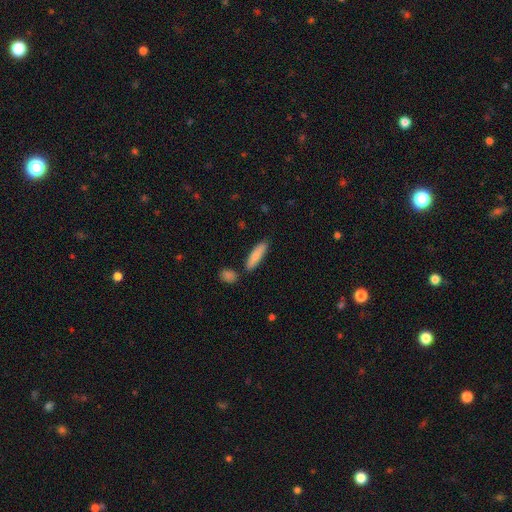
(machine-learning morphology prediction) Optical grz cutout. It shows a smooth galaxy with no disk features (83%) that is cigar-shaped (66%). Merging: none (81%).